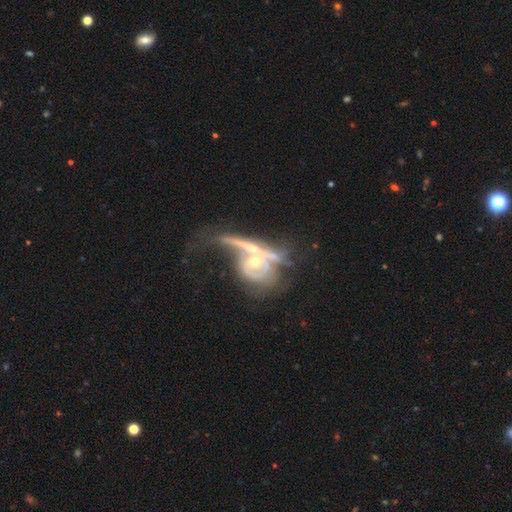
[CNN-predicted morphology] Q: Smooth or featured?
A: featured or disk (74%); runner-up: smooth (17%)
Q: Edge-on disk?
A: no (74%); runner-up: yes (26%)
Q: Bar?
A: no (73%); runner-up: weak (18%)
Q: Spiral arms?
A: yes (53%); runner-up: no (47%)
Q: Bulge size?
A: moderate (61%); runner-up: small (31%)
Q: Merging?
A: merger (54%); runner-up: major disturbance (20%)